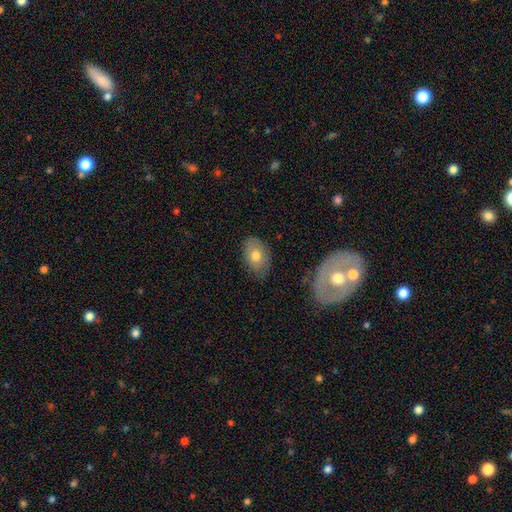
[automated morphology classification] Smooth or featured?
  - smooth: 73% *
  - featured or disk: 20%
  - star or artifact: 7%
How rounded?
  - in between: 88% *
  - round: 11%
  - cigar-shaped: 1%
Merging?
  - none: 79% *
  - minor disturbance: 16%
  - major disturbance: 3%
  - merger: 2%